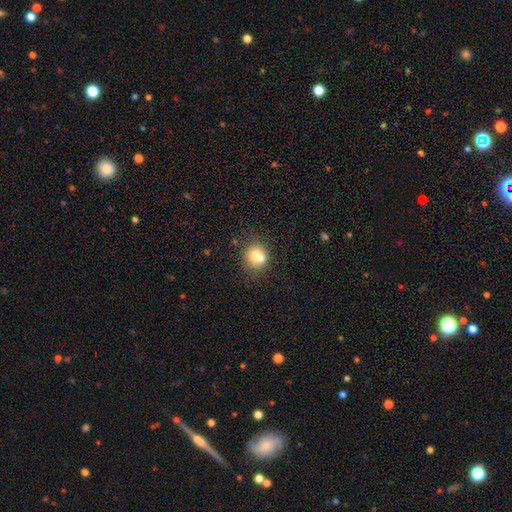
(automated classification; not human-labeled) A smooth galaxy with no disk features (70%) that is round (79%).

Vote fractions:
- Smooth or featured? smooth: 70% / featured or disk: 19% / star or artifact: 11%
- How rounded? round: 79% / in between: 20% / cigar-shaped: 1%
- Merging? none: 51% / merger: 35% / minor disturbance: 10% / major disturbance: 4%